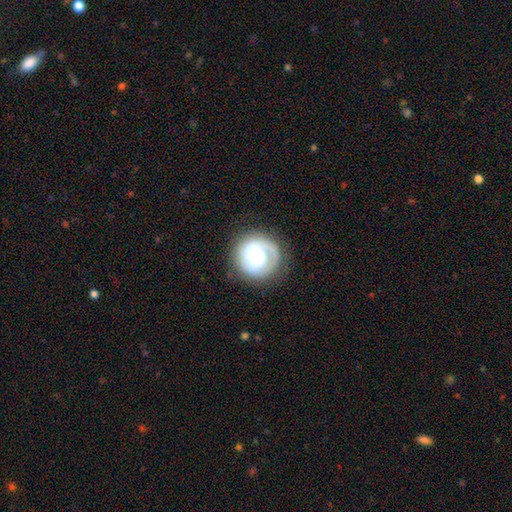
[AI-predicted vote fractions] smooth_or_featured: featured or disk (p=0.61) [alt: smooth p=0.33]
disk_edge_on: no (p=0.97) [alt: yes p=0.03]
bar: no (p=0.76) [alt: weak p=0.19]
has_spiral_arms: yes (p=0.75) [alt: no p=0.25]
bulge_size: moderate (p=0.68) [alt: small p=0.21]
merging: none (p=0.78) [alt: minor disturbance p=0.14]